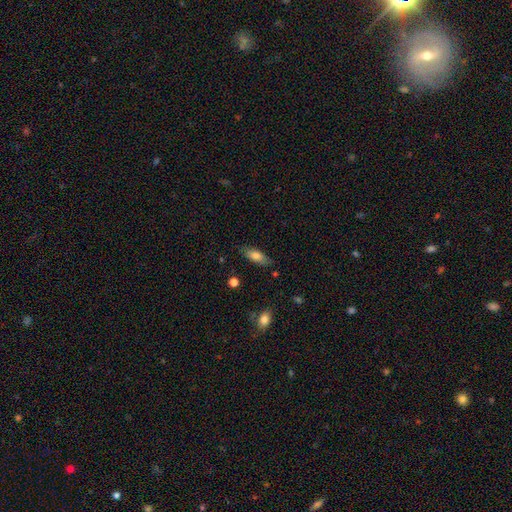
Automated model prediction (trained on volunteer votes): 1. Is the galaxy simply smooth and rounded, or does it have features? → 76% smooth, 17% featured or disk, 7% star or artifact.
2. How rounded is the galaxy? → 67% in between, 31% cigar-shaped, 3% round.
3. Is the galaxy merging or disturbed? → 78% none, 17% minor disturbance, 3% major disturbance, 2% merger.